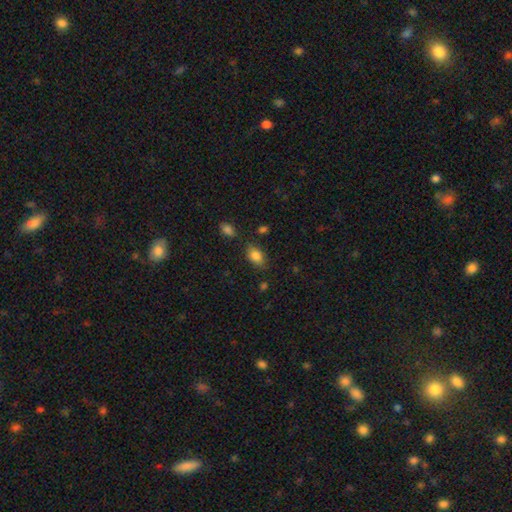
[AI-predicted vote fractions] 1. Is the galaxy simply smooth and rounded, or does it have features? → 84% smooth, 9% star or artifact, 7% featured or disk.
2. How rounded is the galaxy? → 84% in between, 14% round, 2% cigar-shaped.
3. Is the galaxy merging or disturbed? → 76% none, 16% minor disturbance, 4% major disturbance, 4% merger.